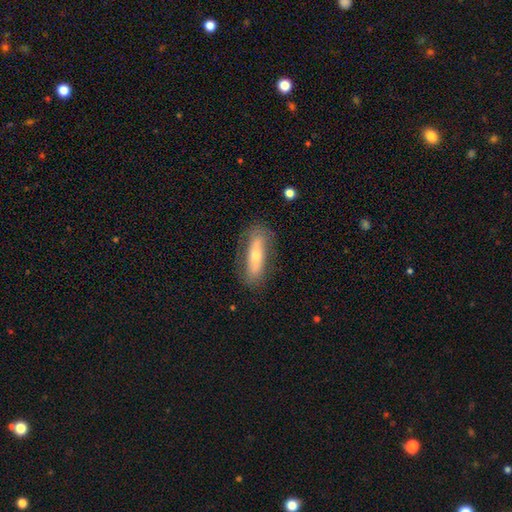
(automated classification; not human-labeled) A featured or disk galaxy (48%).

Vote fractions:
- Smooth or featured? featured or disk: 48% / smooth: 44% / star or artifact: 7%
- Merging? none: 77% / minor disturbance: 15% / major disturbance: 6% / merger: 1%